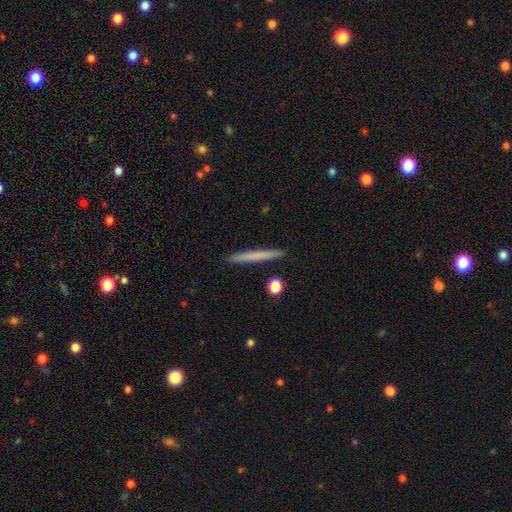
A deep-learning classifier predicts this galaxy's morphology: Smooth or featured?
  - smooth: 65% *
  - featured or disk: 29%
  - star or artifact: 6%
How rounded?
  - cigar-shaped: 97% *
  - in between: 2%
  - round: 1%
Merging?
  - none: 92% *
  - minor disturbance: 5%
  - merger: 2%
  - major disturbance: 1%